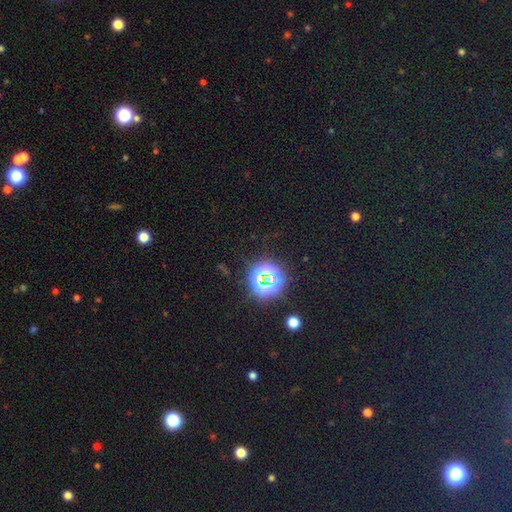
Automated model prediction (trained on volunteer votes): Smooth or featured: star or artifact — 77% (smooth — 16%)